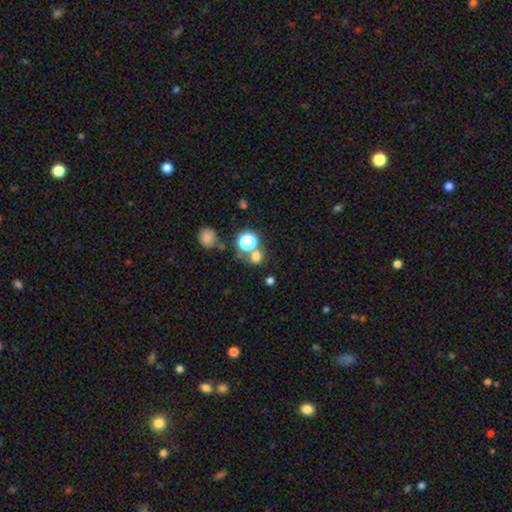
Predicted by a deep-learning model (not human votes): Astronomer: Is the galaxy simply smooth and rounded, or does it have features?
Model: smooth — 66%.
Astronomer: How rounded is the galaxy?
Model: round — 81%.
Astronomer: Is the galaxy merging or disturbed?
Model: none — 64%.